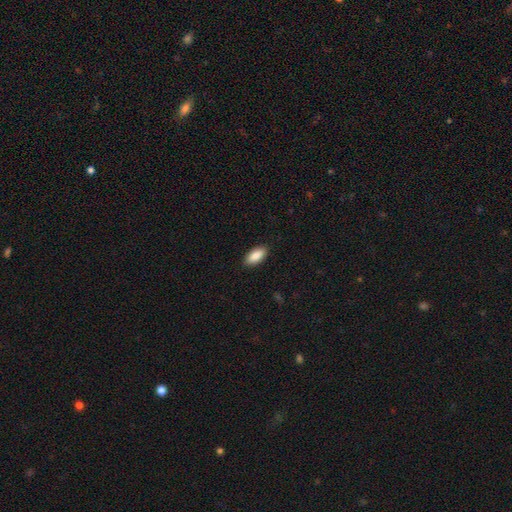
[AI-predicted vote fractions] The model was most divided on "merging": none: 89%, minor disturbance: 8%, major disturbance: 2%, merger: 1%. More confident: how rounded — in between (91%); smooth or featured — smooth (89%).